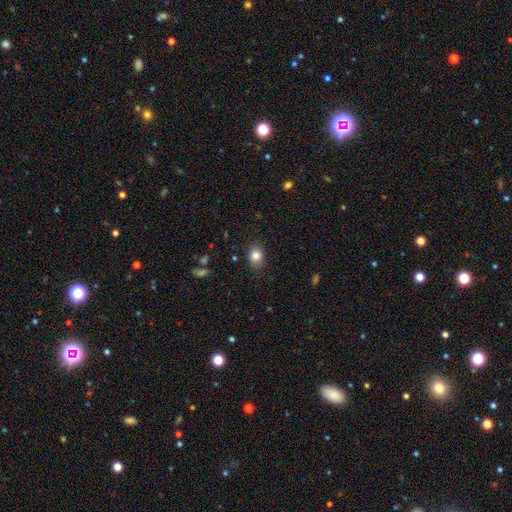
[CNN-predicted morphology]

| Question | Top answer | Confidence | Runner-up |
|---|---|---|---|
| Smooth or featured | smooth | 83% | star or artifact (10%) |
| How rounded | in between | 53% | round (46%) |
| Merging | none | 82% | minor disturbance (14%) |